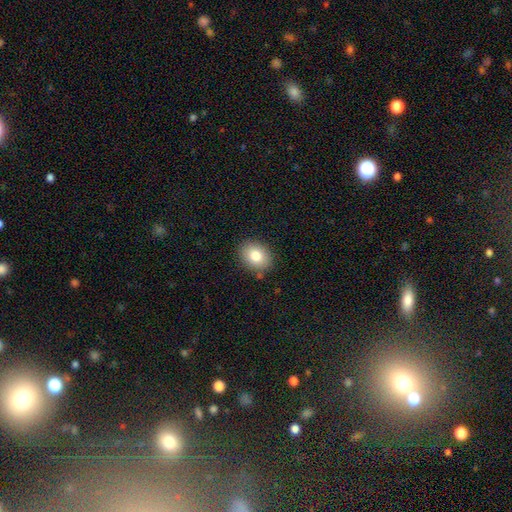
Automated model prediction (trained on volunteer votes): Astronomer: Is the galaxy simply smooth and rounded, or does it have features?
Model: smooth — 82%.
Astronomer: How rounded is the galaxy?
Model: in between — 53% (runner-up: round, 46%).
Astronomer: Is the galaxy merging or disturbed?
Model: none — 86%.